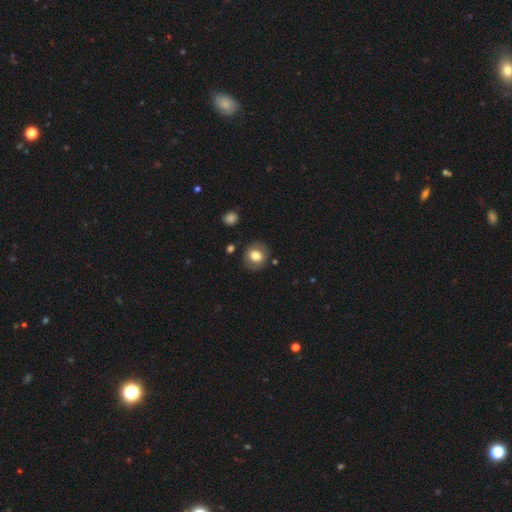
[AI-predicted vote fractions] A smooth galaxy with no disk features (75%) that is round (78%). Merging: none (85%).